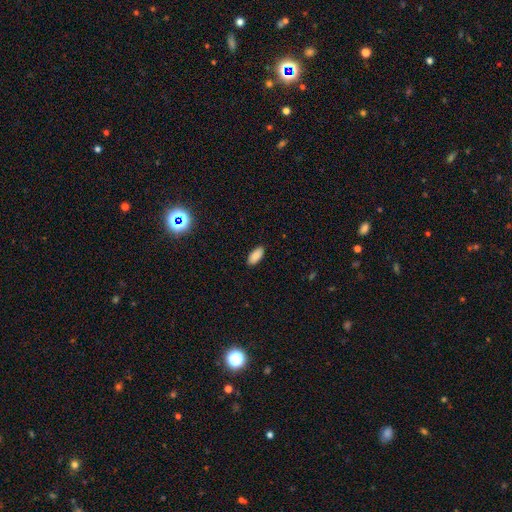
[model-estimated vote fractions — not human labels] The model was most divided on "smooth or featured": smooth: 88%, star or artifact: 8%, featured or disk: 4%. More confident: how rounded — in between (91%); merging — none (89%).